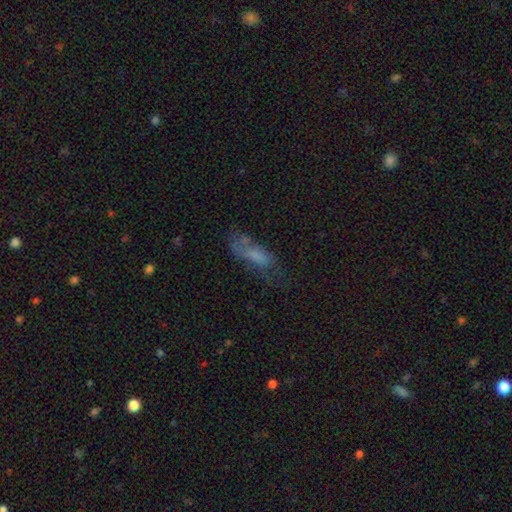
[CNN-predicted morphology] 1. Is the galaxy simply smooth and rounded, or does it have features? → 55% smooth, 32% featured or disk, 12% star or artifact.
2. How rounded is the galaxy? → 56% in between, 41% cigar-shaped, 3% round.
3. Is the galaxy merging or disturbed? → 40% none, 28% major disturbance, 25% minor disturbance, 7% merger.